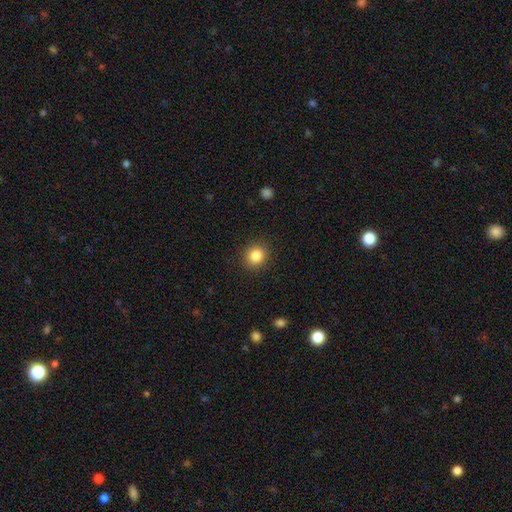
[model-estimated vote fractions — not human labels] Q: Smooth or featured?
A: smooth (85%); runner-up: star or artifact (10%)
Q: How rounded?
A: round (82%); runner-up: in between (17%)
Q: Merging?
A: none (90%); runner-up: minor disturbance (7%)